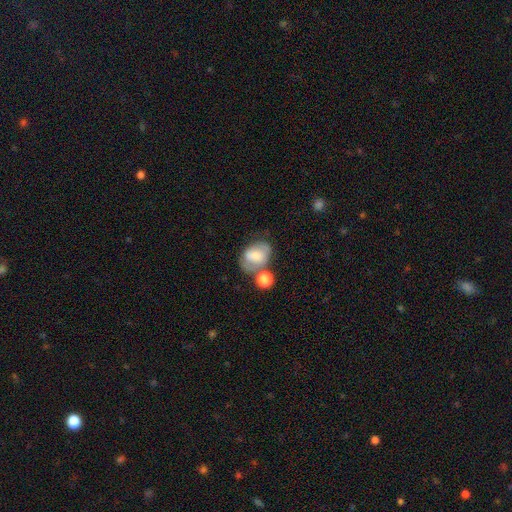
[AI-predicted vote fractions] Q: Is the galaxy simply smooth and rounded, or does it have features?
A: smooth — 63%.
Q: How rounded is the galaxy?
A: in between — 71%.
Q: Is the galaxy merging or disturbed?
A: none — 41%.